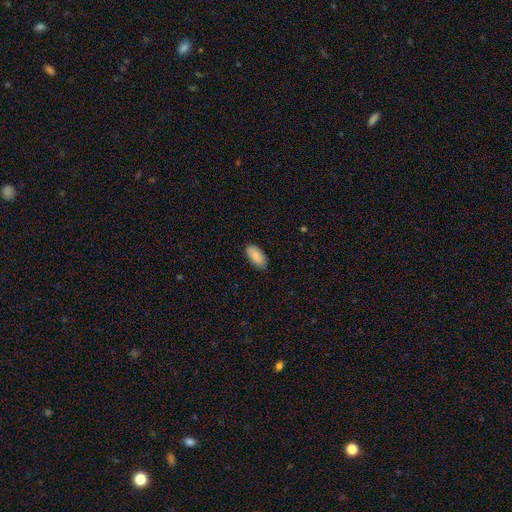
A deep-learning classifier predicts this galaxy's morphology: A smooth galaxy with no disk features (88%) that is in between round and cigar-shaped (94%).

Vote fractions:
- Smooth or featured? smooth: 88% / star or artifact: 6% / featured or disk: 6%
- How rounded? in between: 94% / cigar-shaped: 4% / round: 2%
- Merging? none: 87% / minor disturbance: 11% / major disturbance: 2% / merger: 1%